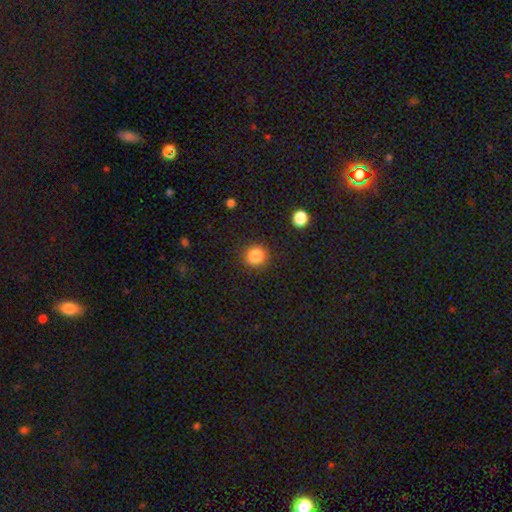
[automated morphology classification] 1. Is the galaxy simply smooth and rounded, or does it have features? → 85% smooth, 10% star or artifact, 4% featured or disk.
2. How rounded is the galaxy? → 90% round, 9% in between, 1% cigar-shaped.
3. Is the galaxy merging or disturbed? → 88% none, 8% minor disturbance, 3% major disturbance, 1% merger.